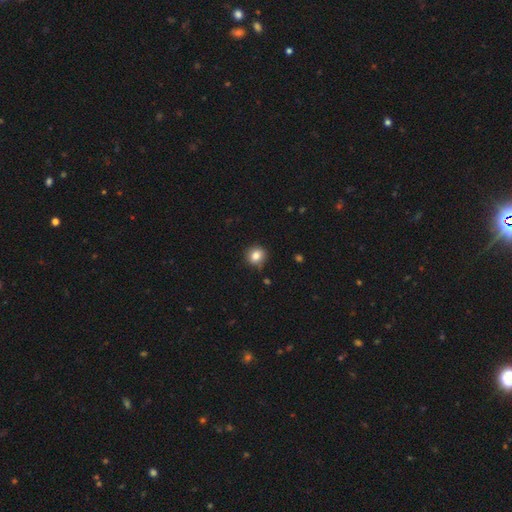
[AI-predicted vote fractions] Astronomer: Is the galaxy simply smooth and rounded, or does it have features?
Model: smooth — 84%.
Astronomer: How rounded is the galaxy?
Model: round — 82%.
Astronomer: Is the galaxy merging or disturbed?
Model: none — 84%.